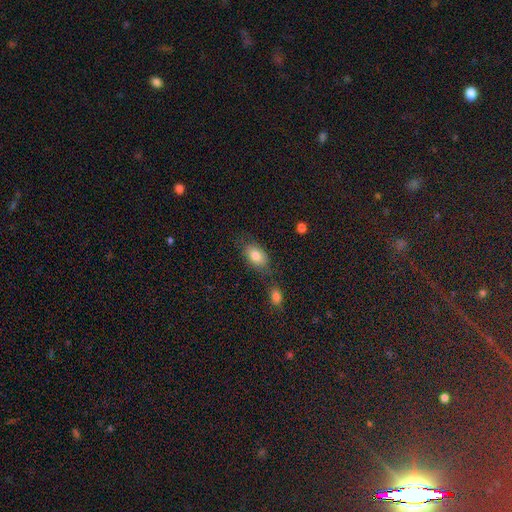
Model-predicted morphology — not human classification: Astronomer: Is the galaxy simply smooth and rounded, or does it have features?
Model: smooth — 81%.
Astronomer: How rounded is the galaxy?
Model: in between — 86%.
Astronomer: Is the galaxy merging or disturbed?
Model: none — 67%.